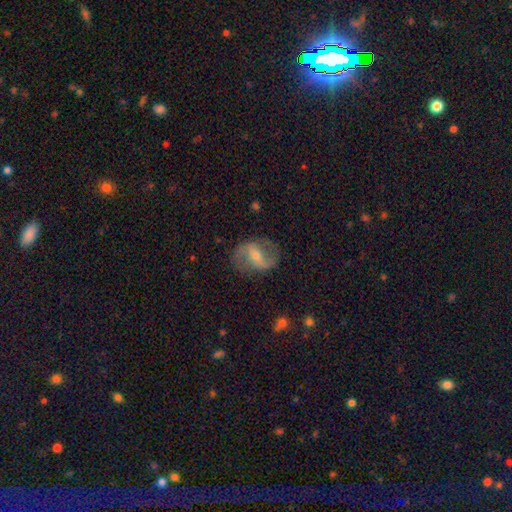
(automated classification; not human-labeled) The model was most divided on "bar": weak: 41%, strong: 36%, no: 23%. Remaining: edge-on disk — no (97%); spiral arm count — 2 (90%); spiral arms — yes (90%); smooth or featured — featured or disk (80%); merging — none (78%); bulge size — small (56%); spiral winding — loose (49%).